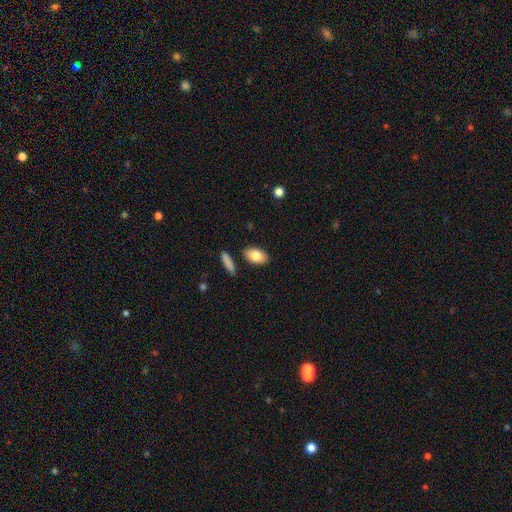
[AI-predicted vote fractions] Smooth or featured? Predicted: smooth (p=0.83). How rounded? Predicted: in between (p=0.92). Merging? Predicted: none (p=0.84).